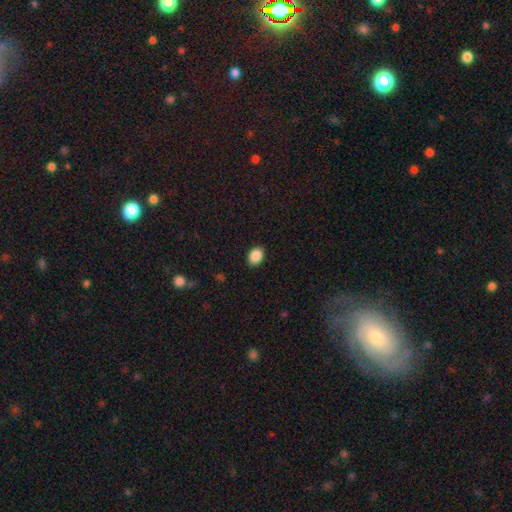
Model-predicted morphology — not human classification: The model was most divided on "how rounded": in between: 71%, round: 28%, cigar-shaped: 1%. More confident: merging — none (90%); smooth or featured — smooth (89%).